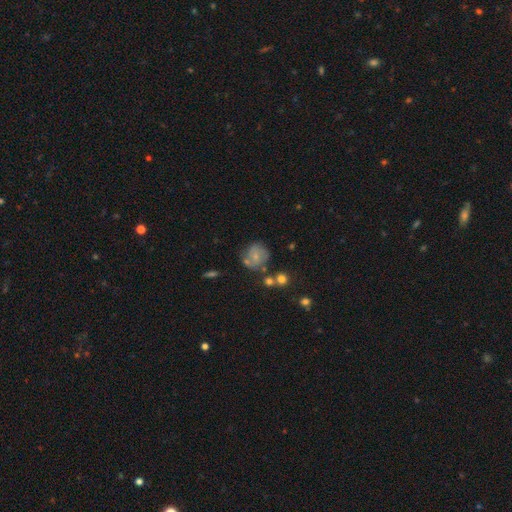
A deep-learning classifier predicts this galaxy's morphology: smooth 55%, featured or disk 35%, star or artifact 11%. Down the decision tree: how rounded — round (83%); merging — none (59%).